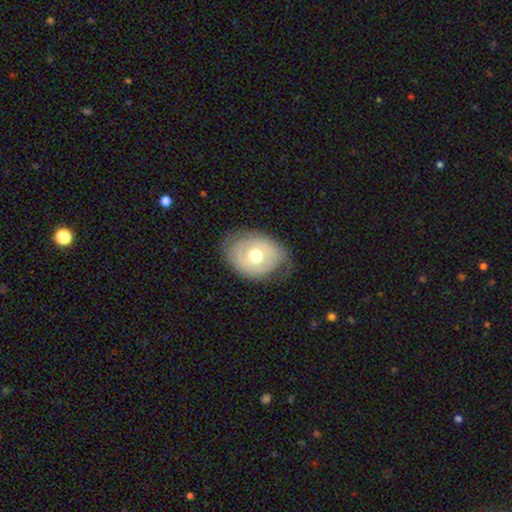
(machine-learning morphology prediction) Q: Smooth or featured?
A: featured or disk (51%); runner-up: smooth (42%)
Q: Edge-on disk?
A: no (94%); runner-up: yes (6%)
Q: Merging?
A: none (65%); runner-up: minor disturbance (25%)